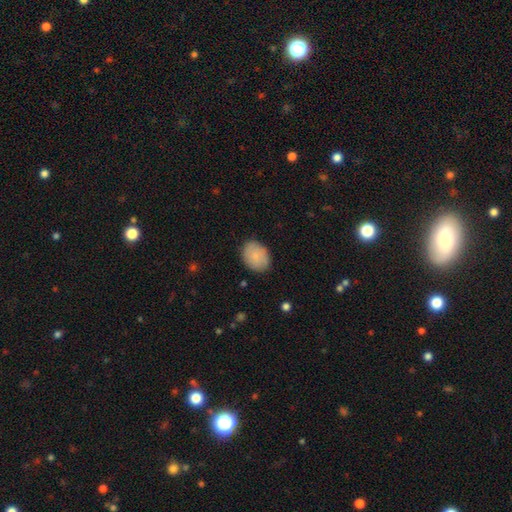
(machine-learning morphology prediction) Smooth or featured?
  - smooth: 83% *
  - featured or disk: 11%
  - star or artifact: 6%
How rounded?
  - in between: 66% *
  - round: 33%
  - cigar-shaped: 1%
Merging?
  - none: 83% *
  - minor disturbance: 13%
  - major disturbance: 3%
  - merger: 1%